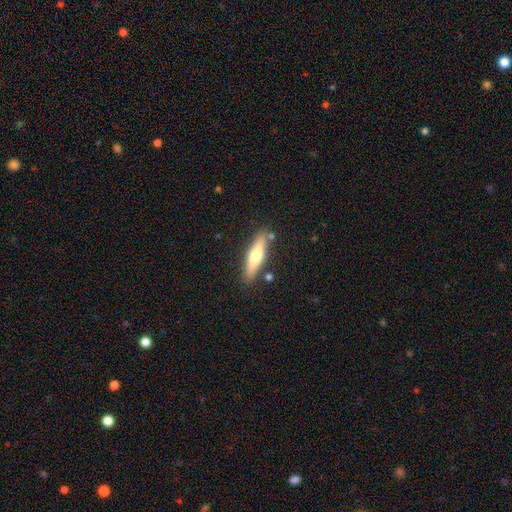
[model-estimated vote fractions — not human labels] smooth-or-featured: smooth: 57% | featured or disk: 38% | star or artifact: 6%
  how-rounded: cigar-shaped: 71% | in between: 27% | round: 2%
  merging: none: 83% | minor disturbance: 11% | merger: 4% | major disturbance: 2%